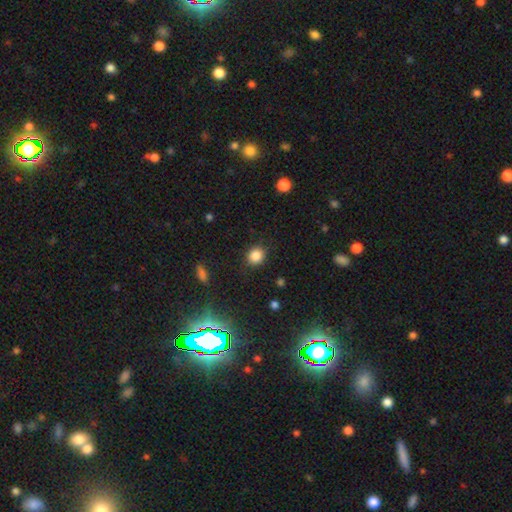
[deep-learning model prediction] This appears to be a smooth galaxy with no disk features (84%) that is round (79%). Merging: none (87%).